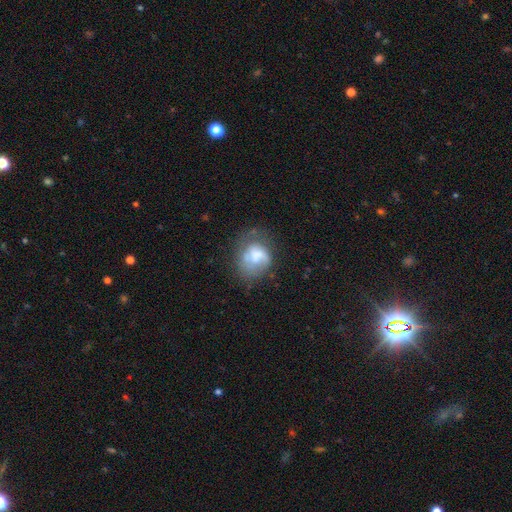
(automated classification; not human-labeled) Smooth or featured?
  - smooth: 55% *
  - featured or disk: 37%
  - star or artifact: 9%
How rounded?
  - round: 54% *
  - in between: 45%
  - cigar-shaped: 1%
Merging?
  - none: 37% *
  - major disturbance: 29%
  - minor disturbance: 28%
  - merger: 6%